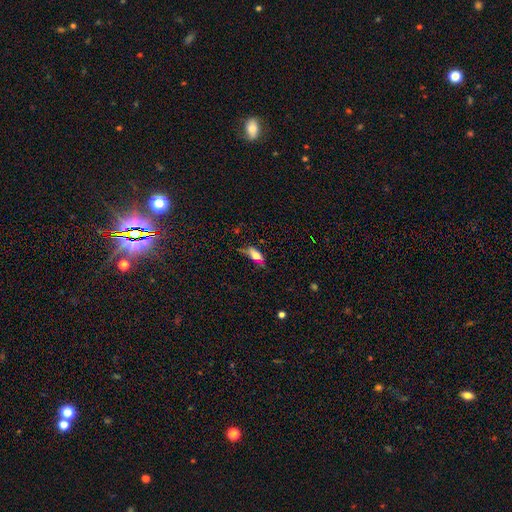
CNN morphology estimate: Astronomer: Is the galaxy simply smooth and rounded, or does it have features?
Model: smooth — 66%.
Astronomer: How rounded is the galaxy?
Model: in between — 72%.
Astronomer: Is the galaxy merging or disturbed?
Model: none — 46% (runner-up: minor disturbance, 32%).